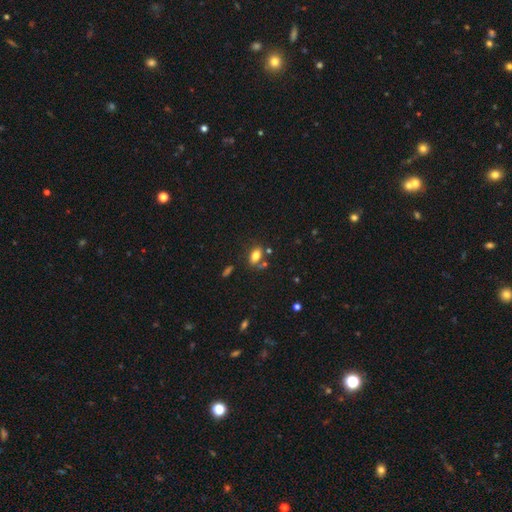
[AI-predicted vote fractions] A smooth galaxy with no disk features (78%) that is in between round and cigar-shaped (85%).

Vote fractions:
- Smooth or featured? smooth: 78% / featured or disk: 11% / star or artifact: 11%
- How rounded? in between: 85% / round: 12% / cigar-shaped: 4%
- Merging? none: 68% / minor disturbance: 14% / merger: 13% / major disturbance: 5%